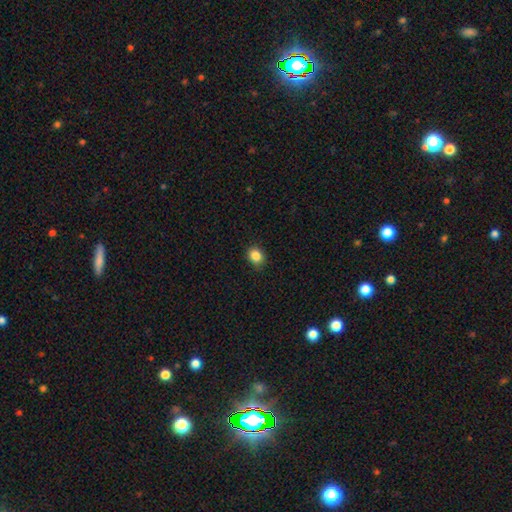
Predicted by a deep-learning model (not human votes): This appears to be a smooth galaxy with no disk features (85%) that is round (62%). Merging: none (86%).